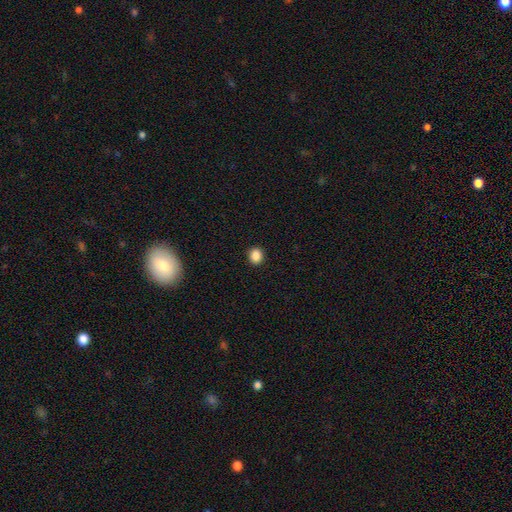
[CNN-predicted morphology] Smooth or featured? smooth (87%)
How rounded? round (68%)
Merging? none (92%)